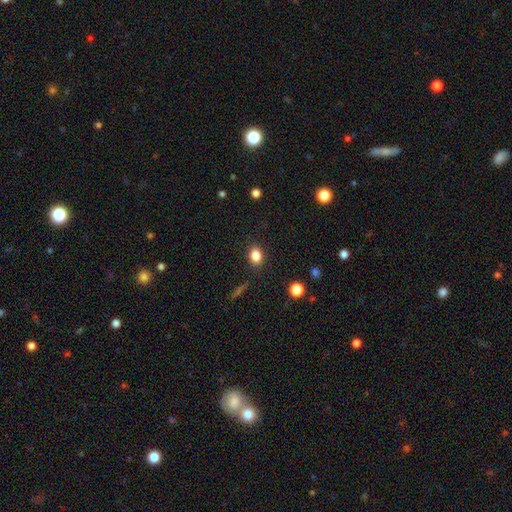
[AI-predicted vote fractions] smooth_or_featured: smooth (p=0.84) [alt: star or artifact p=0.11]
how_rounded: in between (p=0.64) [alt: round p=0.35]
merging: none (p=0.87) [alt: minor disturbance p=0.09]